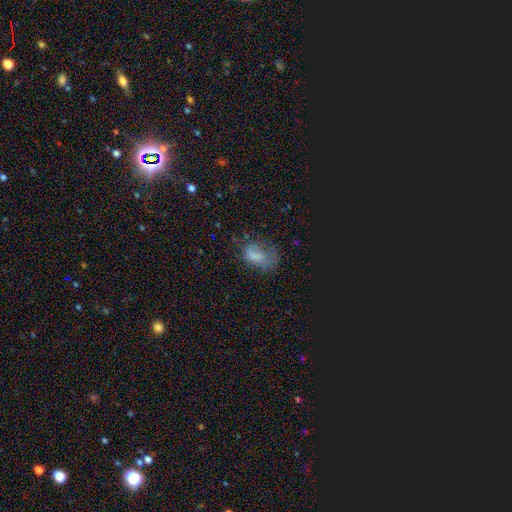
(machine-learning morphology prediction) This appears to be a smooth galaxy with no disk features (65%) that is in between round and cigar-shaped (87%). Merging: major disturbance (36%).